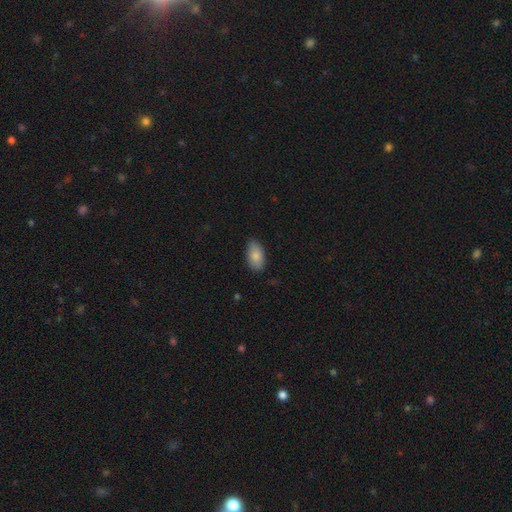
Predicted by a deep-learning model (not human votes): Smooth or featured: smooth — 85% (featured or disk — 9%)
How rounded: in between — 93% (round — 4%)
Merging: none — 83% (minor disturbance — 14%)